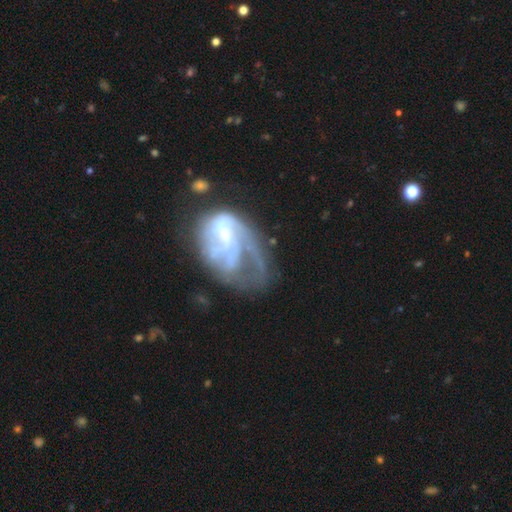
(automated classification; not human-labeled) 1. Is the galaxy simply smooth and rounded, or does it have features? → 70% featured or disk, 18% smooth, 12% star or artifact.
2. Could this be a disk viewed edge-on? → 97% no, 3% yes.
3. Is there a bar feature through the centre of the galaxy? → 56% no, 33% weak, 11% strong.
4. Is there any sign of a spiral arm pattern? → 68% yes, 32% no.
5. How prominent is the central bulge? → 56% small, 23% moderate, 16% none, 3% large, 2% dominant.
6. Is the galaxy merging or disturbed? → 40% major disturbance, 32% none, 20% minor disturbance, 9% merger.